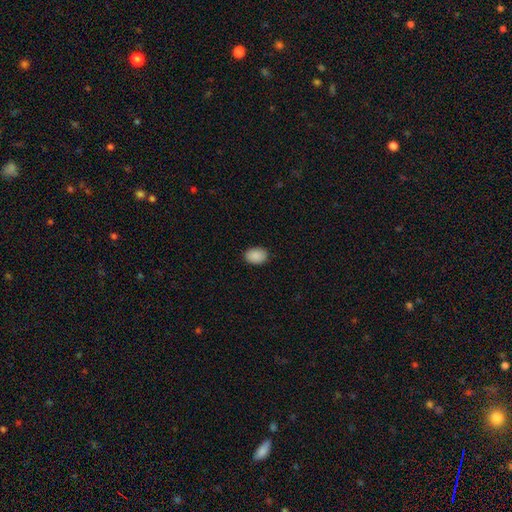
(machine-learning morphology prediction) smooth-or-featured: smooth: 90% | star or artifact: 7% | featured or disk: 3%
  how-rounded: in between: 72% | round: 27% | cigar-shaped: 1%
  merging: none: 88% | minor disturbance: 9% | major disturbance: 2% | merger: 1%